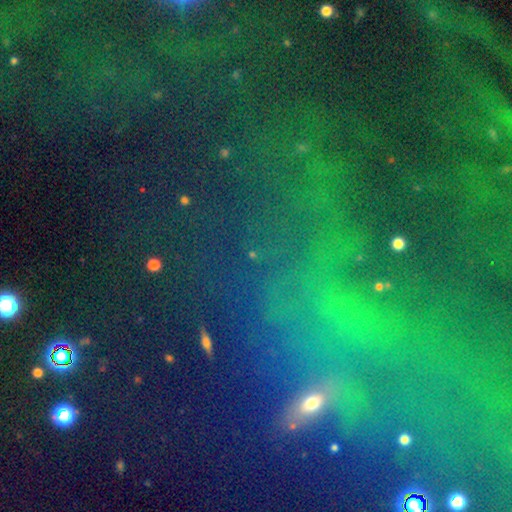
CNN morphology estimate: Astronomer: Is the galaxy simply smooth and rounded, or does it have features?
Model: star or artifact — 65%.